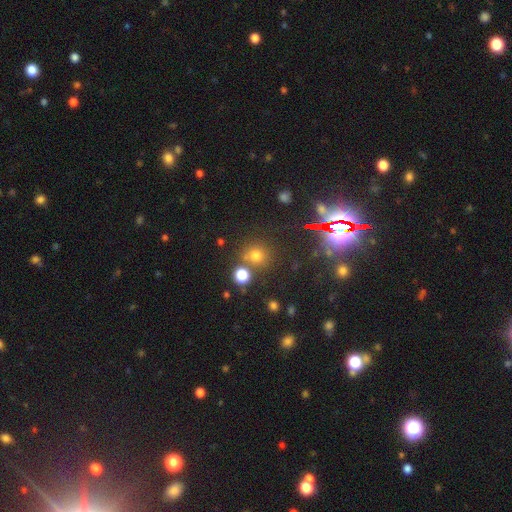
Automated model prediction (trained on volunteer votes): Smooth or featured? smooth (62%)
How rounded? round (88%)
Merging? none (72%)